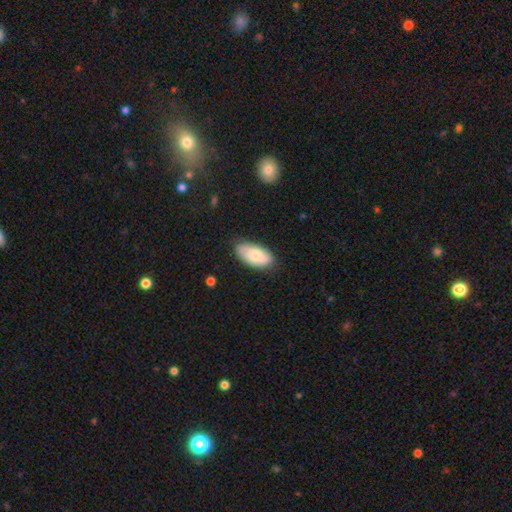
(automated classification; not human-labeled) Overall: smooth (74%). How rounded: in between (93%). Merging: none (79%).